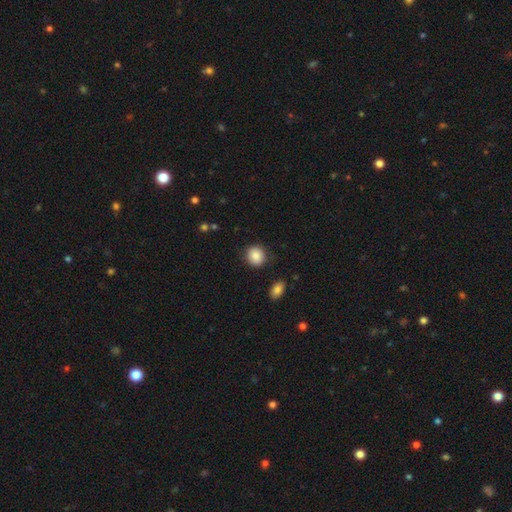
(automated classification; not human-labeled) This appears to be a smooth galaxy with no disk features (87%) that is round (79%). Merging: none (86%).